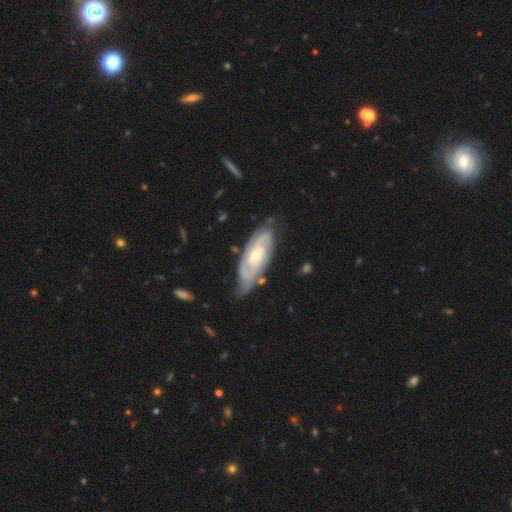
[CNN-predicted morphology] A featured or disk galaxy (82%) with no bar (66%), 2 (48%) tight (64%) spiral arms (95%) and a small central bulge (55%). Merging: none (70%).